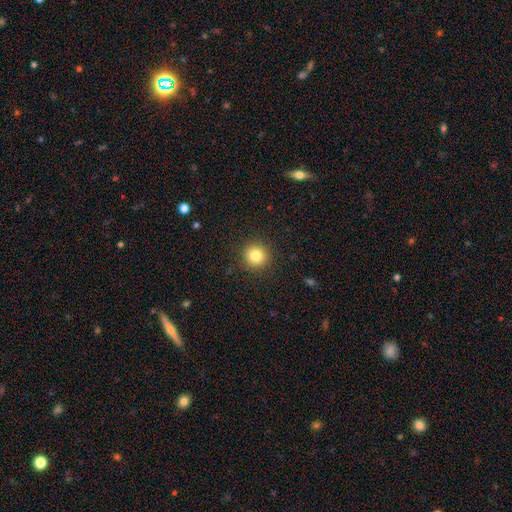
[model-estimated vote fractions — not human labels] This is clearly a smooth galaxy (82%). How rounded: clearly round (94%). Merging: clearly none (91%).